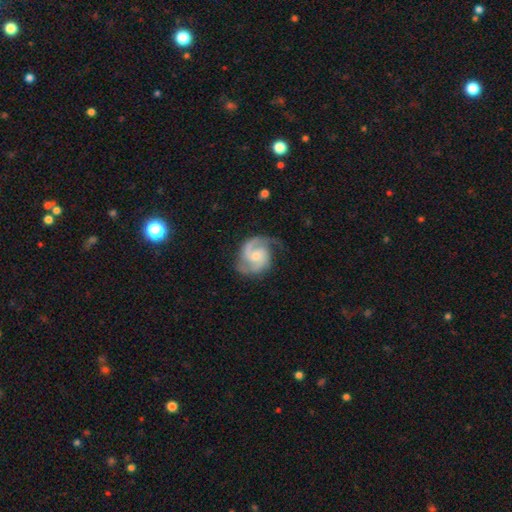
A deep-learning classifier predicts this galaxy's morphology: Overall: featured or disk (90%). Edge-on disk: no (98%). Bar: no (59%; weak 35%). Spiral arms: yes (98%). Spiral arm count: 2 (85%). Spiral winding: medium (55%; tight 31%). Bulge size: moderate (47%, tied with small). Merging: none (70%).